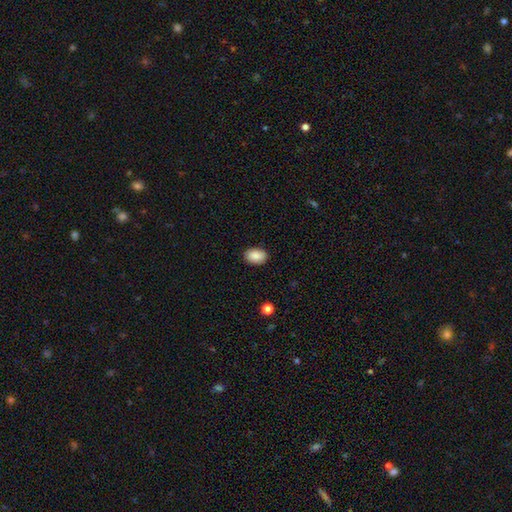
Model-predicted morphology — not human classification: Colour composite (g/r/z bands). It shows a smooth galaxy with no disk features (89%) that is in between round and cigar-shaped (86%). Merging: none (89%).